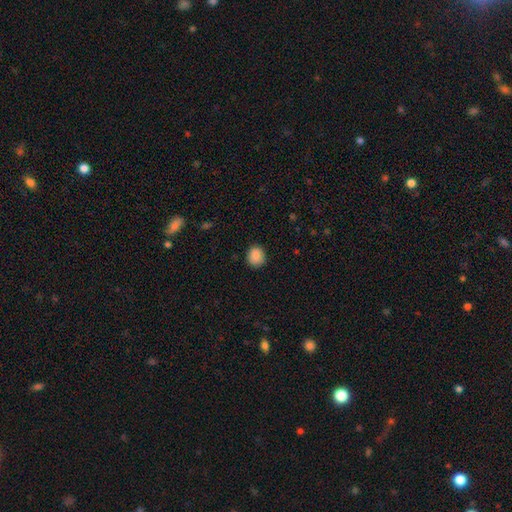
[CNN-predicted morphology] This is clearly a smooth galaxy (88%). How rounded: likely round (77%). Merging: clearly none (88%).